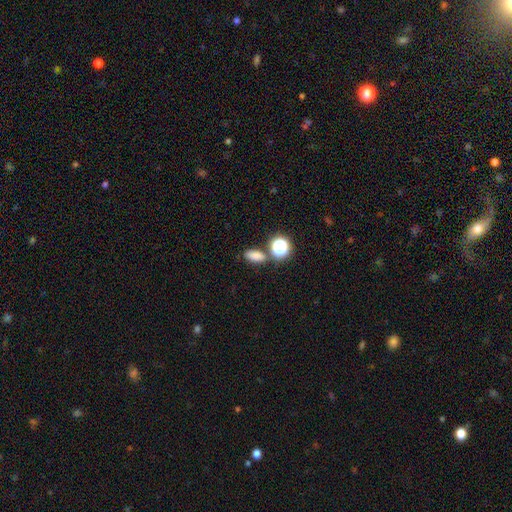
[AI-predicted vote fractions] Q: Smooth or featured?
A: smooth (78%); runner-up: star or artifact (16%)
Q: How rounded?
A: in between (77%); runner-up: round (16%)
Q: Merging?
A: none (73%); runner-up: merger (12%)